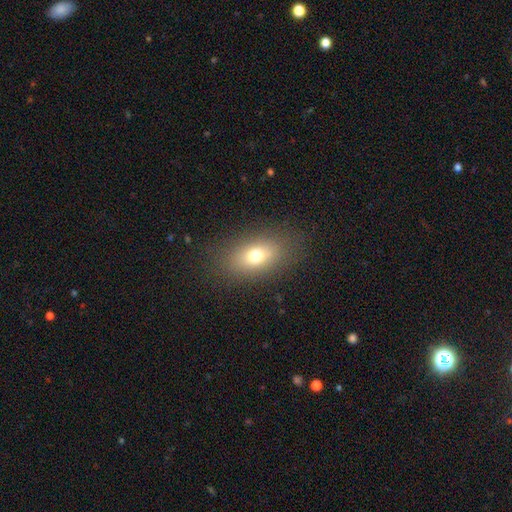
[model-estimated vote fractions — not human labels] Q: Smooth or featured?
A: smooth (73%); runner-up: featured or disk (15%)
Q: How rounded?
A: in between (80%); runner-up: round (15%)
Q: Merging?
A: none (83%); runner-up: minor disturbance (10%)